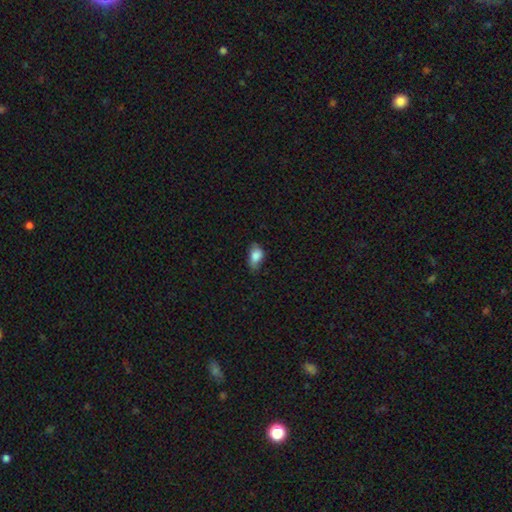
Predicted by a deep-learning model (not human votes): Q: Smooth or featured?
A: smooth (82%); runner-up: featured or disk (10%)
Q: How rounded?
A: in between (86%); runner-up: round (12%)
Q: Merging?
A: none (49%); runner-up: minor disturbance (38%)